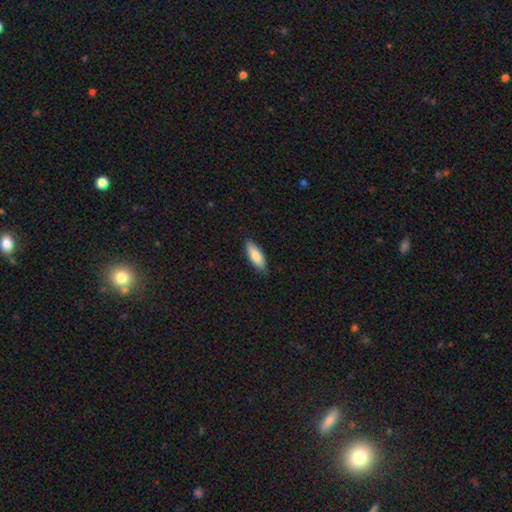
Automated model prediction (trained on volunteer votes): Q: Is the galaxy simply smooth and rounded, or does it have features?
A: smooth — 83%.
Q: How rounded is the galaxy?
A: in between — 68%.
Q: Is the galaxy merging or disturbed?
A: none — 86%.